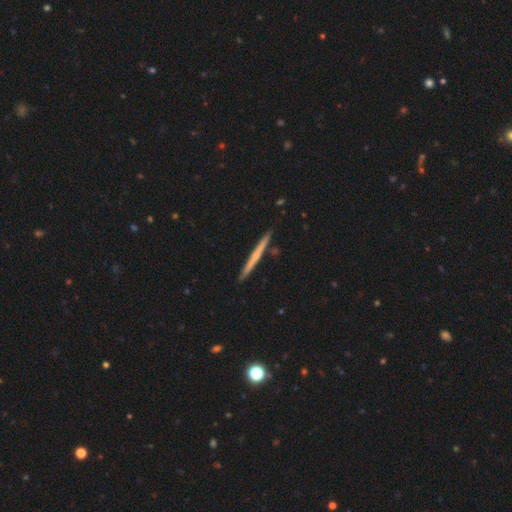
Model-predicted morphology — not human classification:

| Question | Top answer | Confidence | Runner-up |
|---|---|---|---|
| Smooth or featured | featured or disk | 55% | smooth (40%) |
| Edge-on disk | yes | 98% | no (2%) |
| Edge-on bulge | none | 62% | rounded (34%) |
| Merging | none | 90% | minor disturbance (7%) |